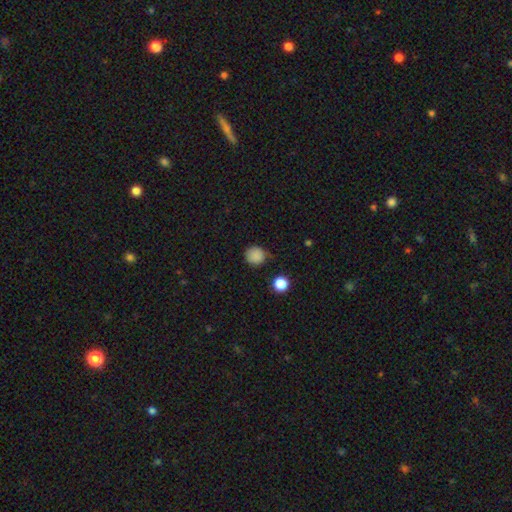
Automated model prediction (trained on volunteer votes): Smooth or featured?
  - smooth: 85% *
  - star or artifact: 12%
  - featured or disk: 3%
How rounded?
  - round: 93% *
  - in between: 6%
  - cigar-shaped: 1%
Merging?
  - none: 81% *
  - minor disturbance: 14%
  - major disturbance: 3%
  - merger: 2%